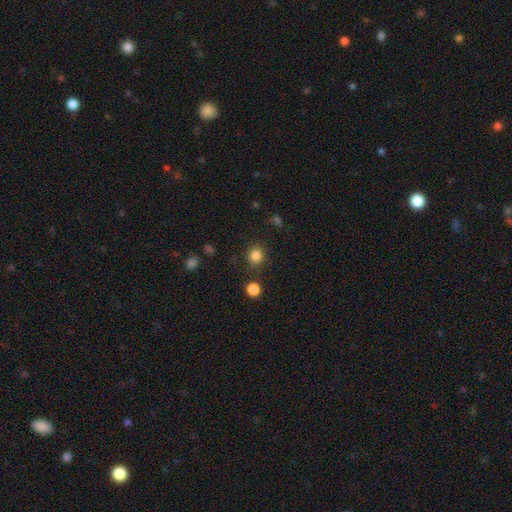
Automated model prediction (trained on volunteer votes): Smooth or featured?
  - smooth: 84% *
  - star or artifact: 12%
  - featured or disk: 4%
How rounded?
  - round: 83% *
  - in between: 16%
  - cigar-shaped: 1%
Merging?
  - none: 84% *
  - minor disturbance: 9%
  - merger: 4%
  - major disturbance: 3%